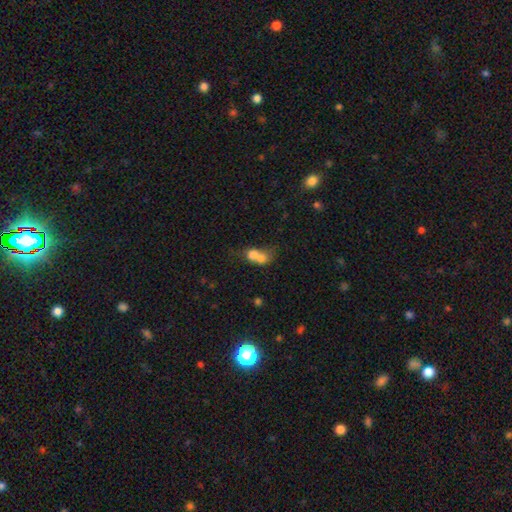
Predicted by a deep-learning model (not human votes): Smooth or featured?
  - smooth: 69% *
  - featured or disk: 20%
  - star or artifact: 10%
How rounded?
  - round: 51% *
  - in between: 47%
  - cigar-shaped: 2%
Merging?
  - merger: 75% *
  - none: 15%
  - minor disturbance: 6%
  - major disturbance: 5%